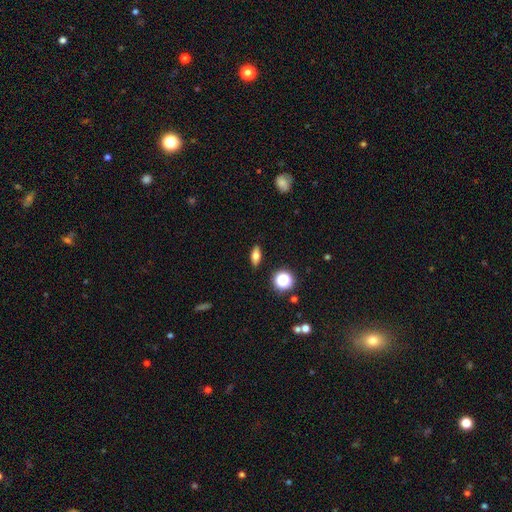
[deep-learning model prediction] The model was most divided on "smooth or featured": smooth: 70%, featured or disk: 18%, star or artifact: 12%. More confident: merging — none (88%); how rounded — in between (71%).